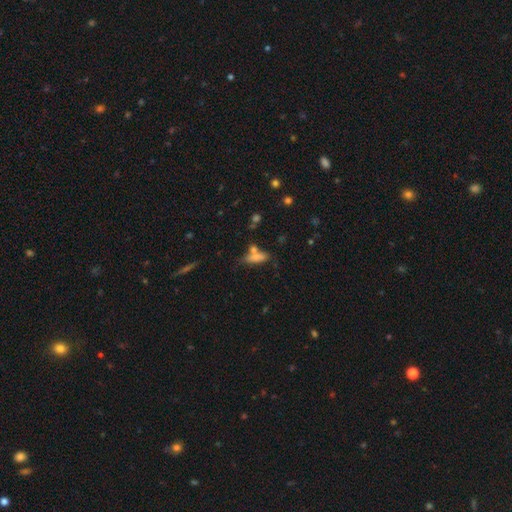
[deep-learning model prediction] This appears to be a smooth galaxy with no disk features (73%) that is cigar-shaped (51%). Merging: none (51%).